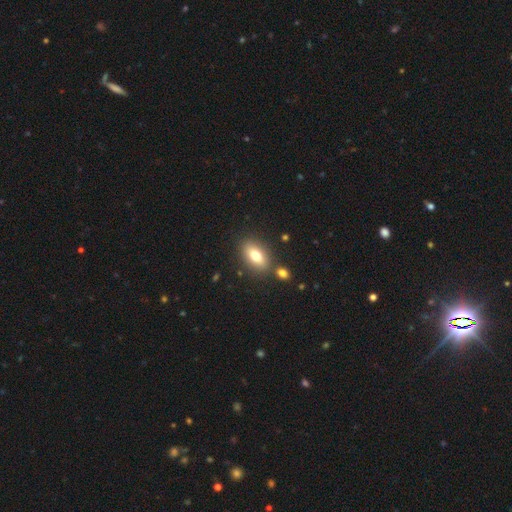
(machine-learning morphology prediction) type=smooth (73%); roundness=in between (86%); merging=none (78%).